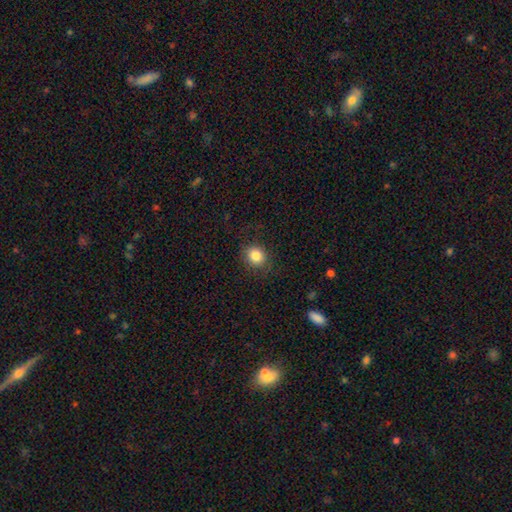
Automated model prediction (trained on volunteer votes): Morphology: type=smooth (84%); roundness=round (73%); merging=none (85%).